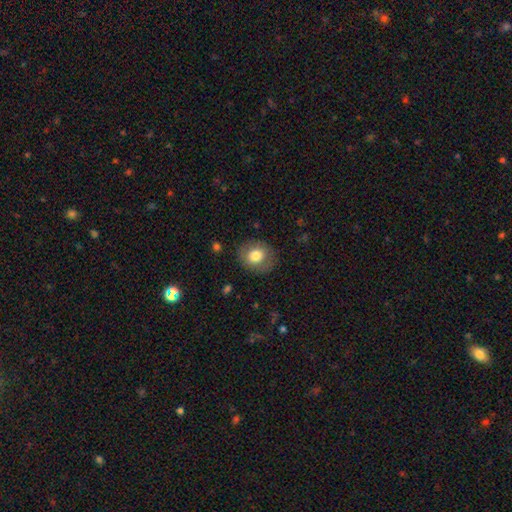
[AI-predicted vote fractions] Smooth or featured? Predicted: smooth (p=0.75). How rounded? Predicted: round (p=0.67). Merging? Predicted: none (p=0.84).